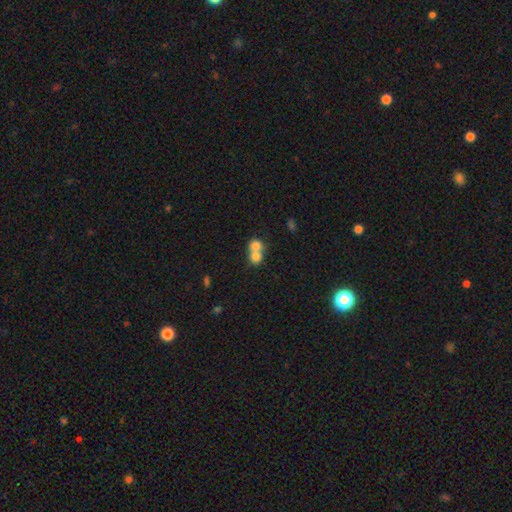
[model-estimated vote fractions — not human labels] Q: Smooth or featured?
A: smooth (75%); runner-up: featured or disk (15%)
Q: How rounded?
A: round (75%); runner-up: in between (24%)
Q: Merging?
A: merger (70%); runner-up: none (23%)